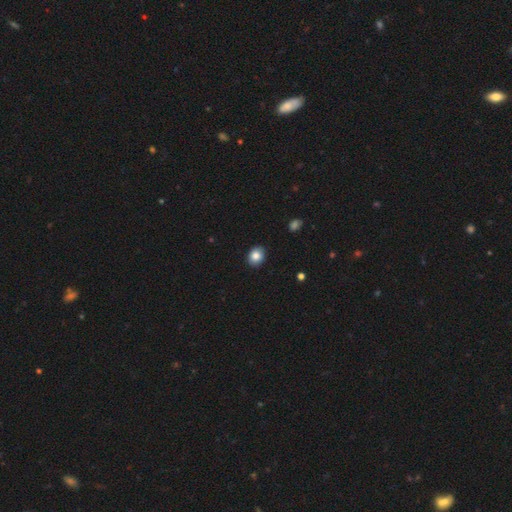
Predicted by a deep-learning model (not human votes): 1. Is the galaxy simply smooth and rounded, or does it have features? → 84% smooth, 9% star or artifact, 7% featured or disk.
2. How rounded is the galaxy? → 52% round, 47% in between, 1% cigar-shaped.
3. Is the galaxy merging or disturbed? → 90% none, 8% minor disturbance, 2% major disturbance, 1% merger.